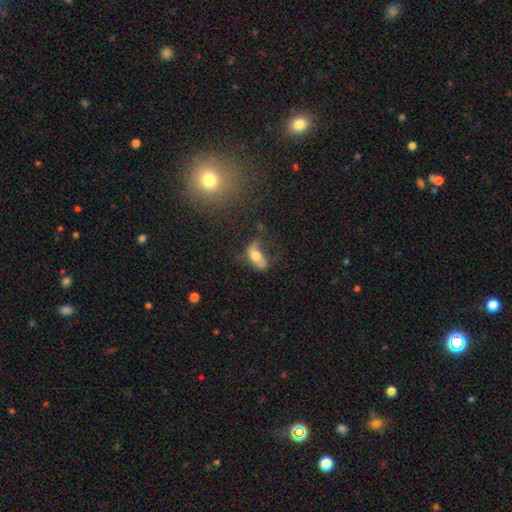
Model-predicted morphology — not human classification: This is possibly a smooth galaxy (52%). How rounded: clearly in between (83%). Merging: marginally major disturbance (34%).